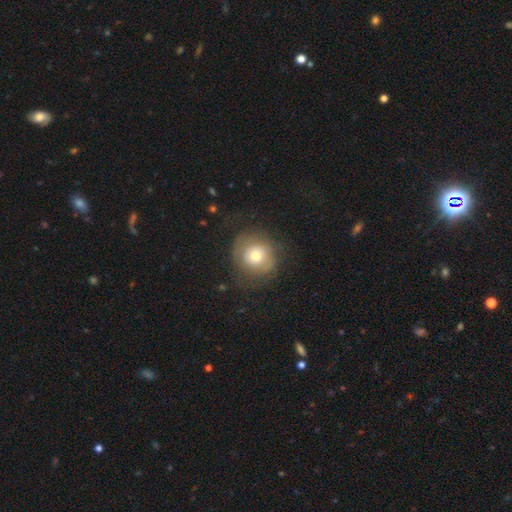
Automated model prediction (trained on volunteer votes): Morphology: type=smooth (56%); roundness=round (88%); merging=none (68%).